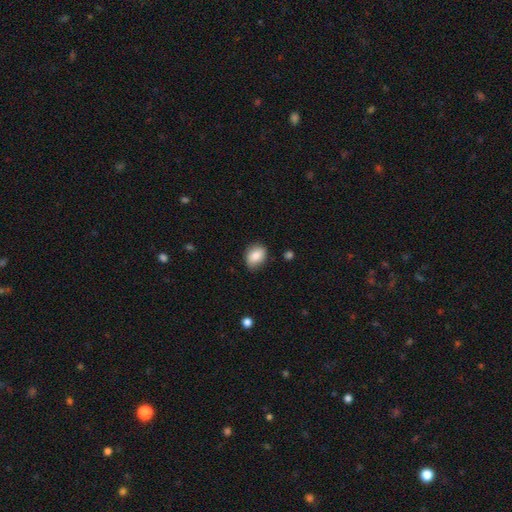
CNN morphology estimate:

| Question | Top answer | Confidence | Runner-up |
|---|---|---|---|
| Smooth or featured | smooth | 83% | featured or disk (9%) |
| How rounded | in between | 66% | round (33%) |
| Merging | none | 79% | minor disturbance (16%) |